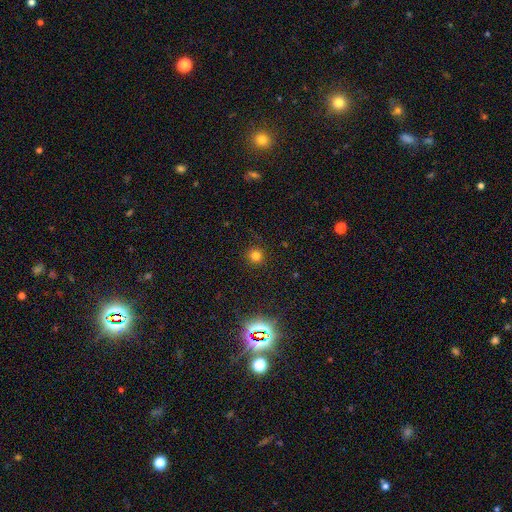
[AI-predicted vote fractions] smooth 77%, star or artifact 18%, featured or disk 6%. Down the decision tree: how rounded — round (94%); merging — none (90%).